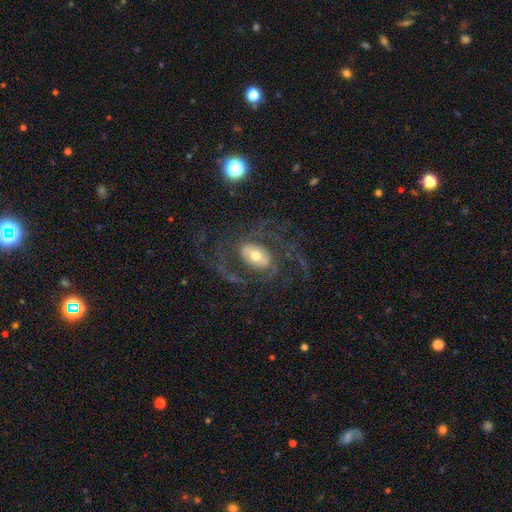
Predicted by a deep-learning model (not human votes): Morphology: type=featured or disk (79%); edge-on=no (96%); bar=no (45%); spiral arms=yes (87%); winding=medium (46%); arm count=2 (63%); bulge=moderate (60%); merging=none (61%).